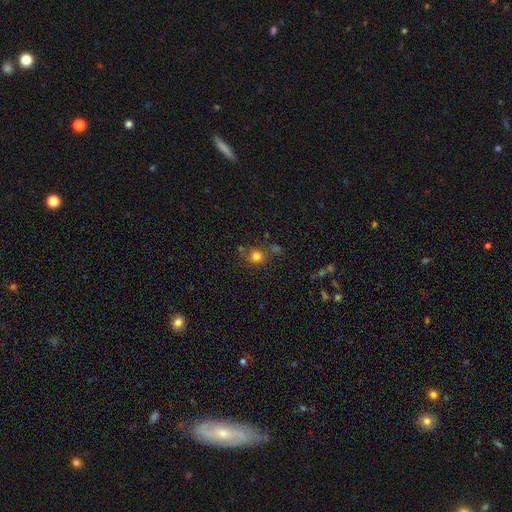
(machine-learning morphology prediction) Smooth or featured?
  - smooth: 77% *
  - star or artifact: 15%
  - featured or disk: 8%
How rounded?
  - round: 83% *
  - in between: 16%
  - cigar-shaped: 1%
Merging?
  - none: 68% *
  - minor disturbance: 15%
  - merger: 11%
  - major disturbance: 6%